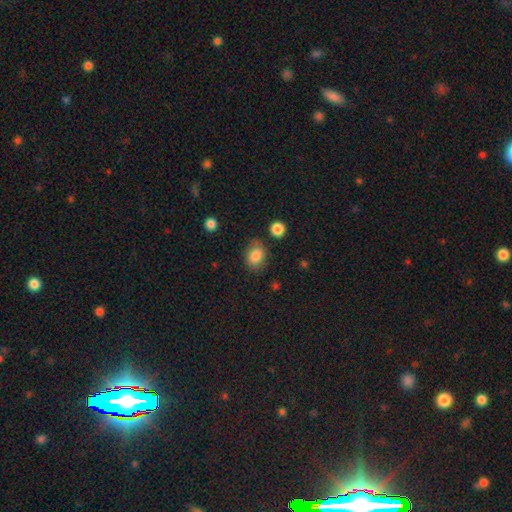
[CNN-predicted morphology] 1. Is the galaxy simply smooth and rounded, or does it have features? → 84% smooth, 9% star or artifact, 7% featured or disk.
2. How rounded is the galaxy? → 67% in between, 32% round, 1% cigar-shaped.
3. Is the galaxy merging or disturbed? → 72% none, 19% minor disturbance, 5% major disturbance, 3% merger.